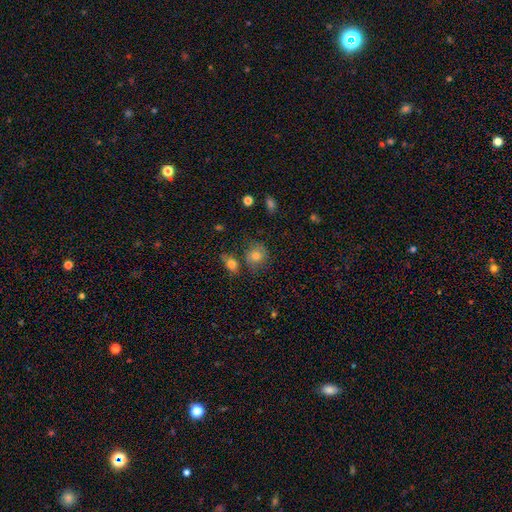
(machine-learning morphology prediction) Smooth or featured? smooth (75%)
How rounded? round (75%)
Merging? none (63%)